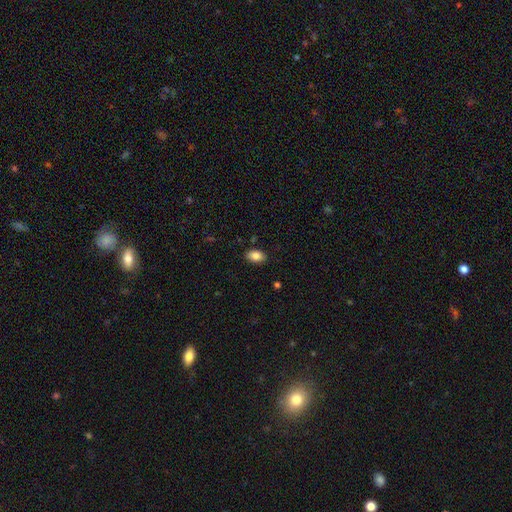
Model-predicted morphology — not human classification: smooth_or_featured: smooth (p=0.84) [alt: featured or disk p=0.08]
how_rounded: in between (p=0.89) [alt: round p=0.09]
merging: none (p=0.88) [alt: minor disturbance p=0.09]